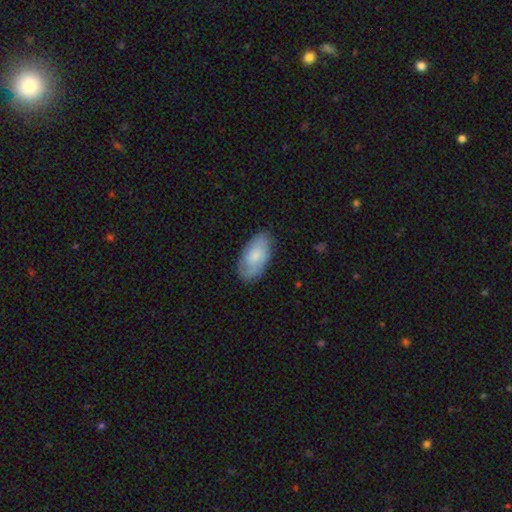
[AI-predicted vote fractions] This appears to be a smooth galaxy with no disk features (68%) that is in between round and cigar-shaped (94%). Merging: none (76%).